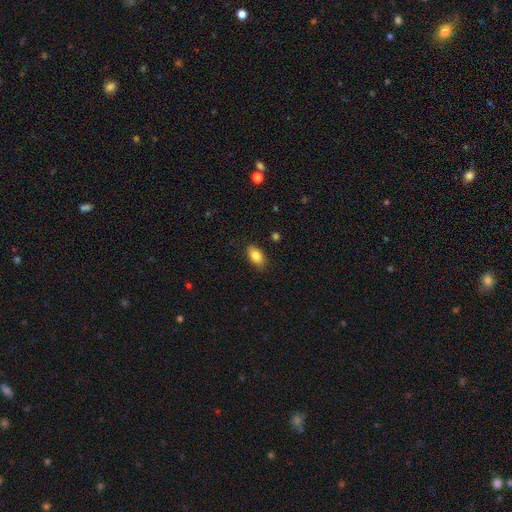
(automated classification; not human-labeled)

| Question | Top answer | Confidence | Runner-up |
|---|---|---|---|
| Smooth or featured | smooth | 85% | star or artifact (8%) |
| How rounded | in between | 91% | round (7%) |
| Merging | none | 85% | minor disturbance (11%) |